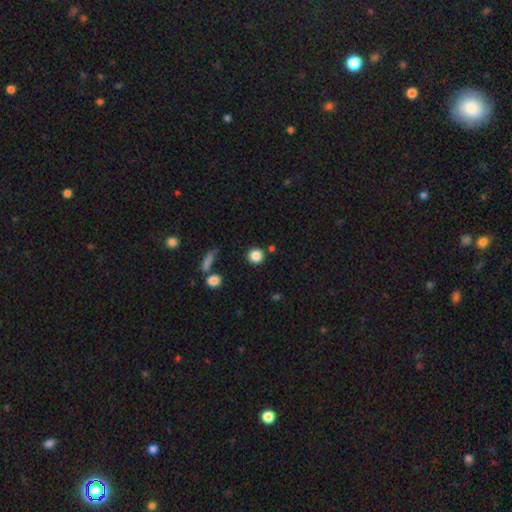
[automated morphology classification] smooth_or_featured: smooth (p=0.85) [alt: star or artifact p=0.10]
how_rounded: round (p=0.93) [alt: in between p=0.06]
merging: none (p=0.84) [alt: minor disturbance p=0.08]